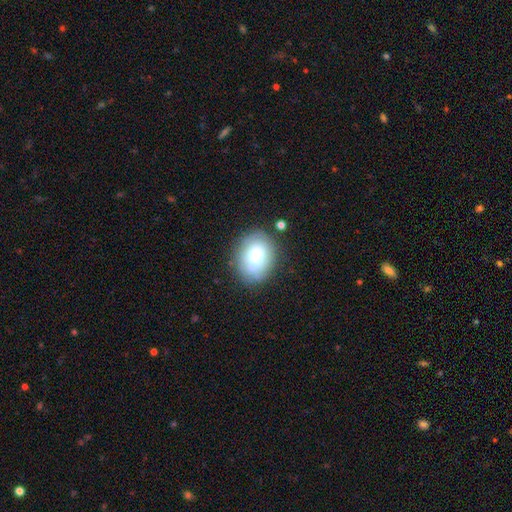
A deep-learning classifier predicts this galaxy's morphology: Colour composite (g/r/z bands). It shows a smooth galaxy with no disk features (75%) that is in between round and cigar-shaped (53%). Merging: none (76%).